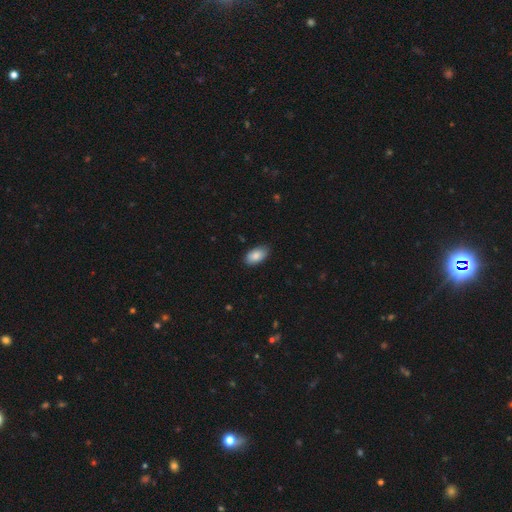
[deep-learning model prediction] A smooth galaxy with no disk features (86%) that is in between round and cigar-shaped (95%). Merging: none (84%).